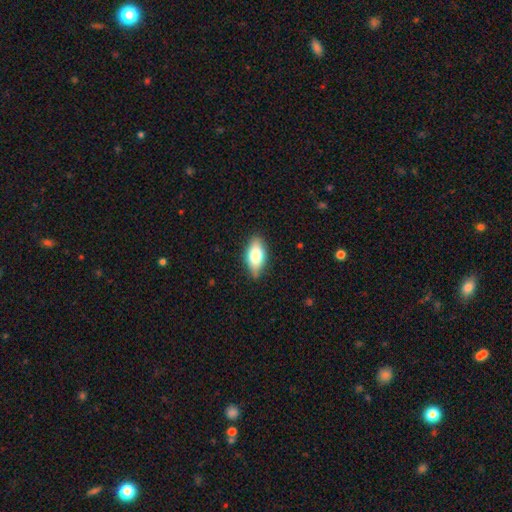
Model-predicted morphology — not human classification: Q: Smooth or featured?
A: smooth (72%); runner-up: featured or disk (21%)
Q: How rounded?
A: in between (88%); runner-up: cigar-shaped (8%)
Q: Merging?
A: none (81%); runner-up: minor disturbance (15%)